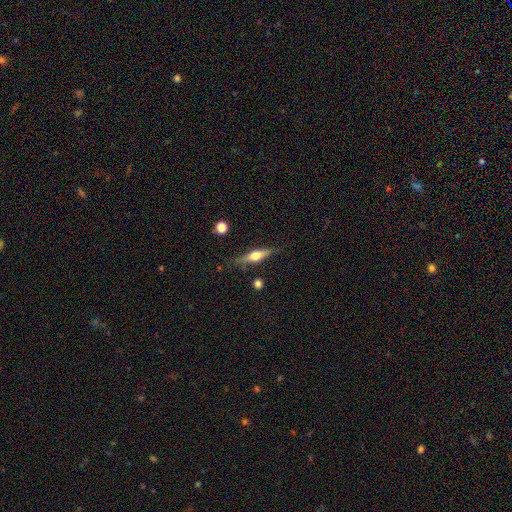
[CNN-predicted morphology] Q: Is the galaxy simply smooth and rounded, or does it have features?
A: featured or disk — 57%.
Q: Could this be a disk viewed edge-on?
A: yes — 93%.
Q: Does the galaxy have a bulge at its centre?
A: rounded — 93%.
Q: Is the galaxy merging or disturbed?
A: none — 79%.